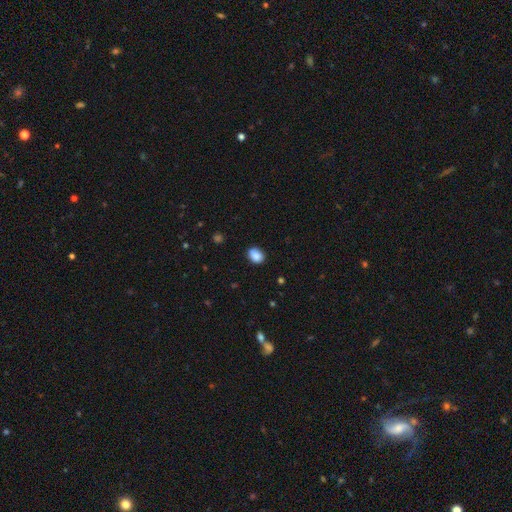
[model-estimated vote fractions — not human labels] A smooth galaxy with no disk features (86%) that is in between round and cigar-shaped (59%).

Vote fractions:
- Smooth or featured? smooth: 86% / star or artifact: 9% / featured or disk: 5%
- How rounded? in between: 59% / round: 40% / cigar-shaped: 1%
- Merging? none: 76% / minor disturbance: 18% / major disturbance: 3% / merger: 3%